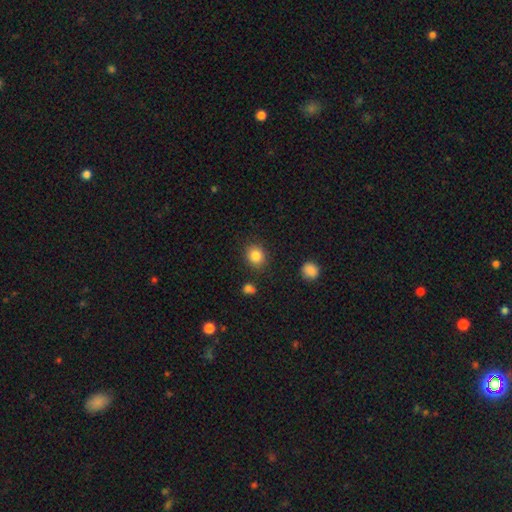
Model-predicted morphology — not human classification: The model was most divided on "how rounded": round: 72%, in between: 27%, cigar-shaped: 1%. More confident: merging — none (86%); smooth or featured — smooth (85%).